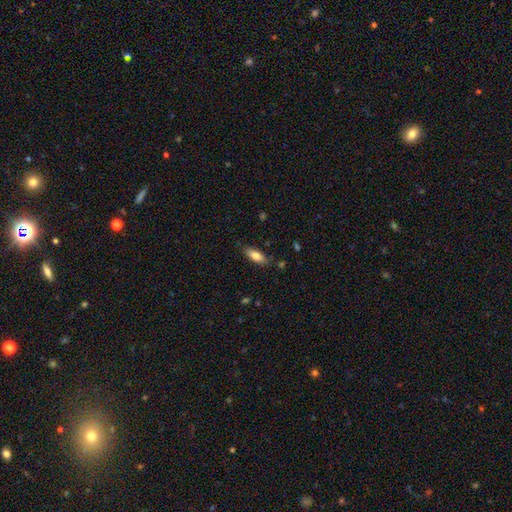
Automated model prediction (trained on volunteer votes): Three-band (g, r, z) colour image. It shows a smooth galaxy with no disk features (78%) that is in between round and cigar-shaped (70%). Merging: none (82%).